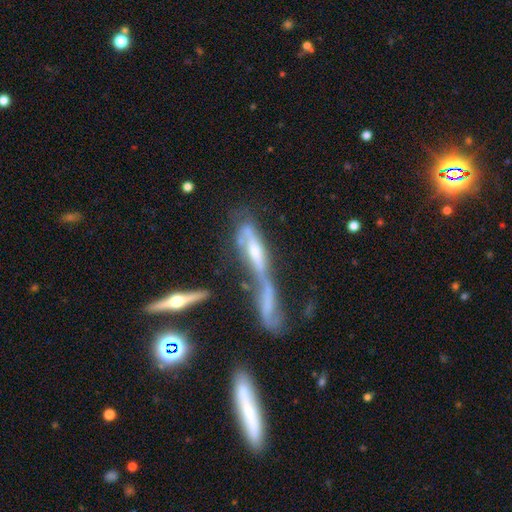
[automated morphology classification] Smooth or featured: featured or disk — 59% (smooth — 23%)
Edge-on disk: yes — 66% (no — 34%)
Merging: none — 38% (merger — 35%)